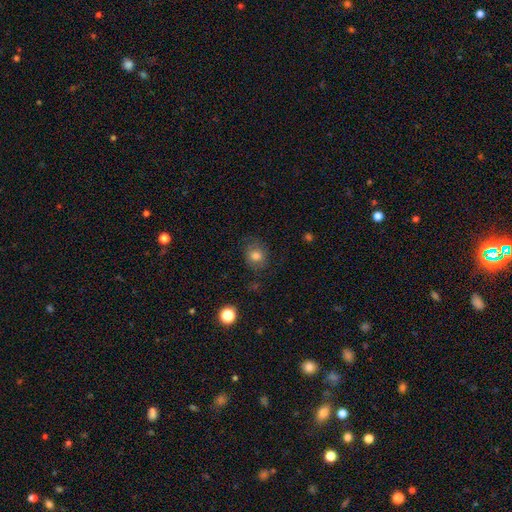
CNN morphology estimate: The model was most divided on "how rounded": round: 70%, in between: 30%, cigar-shaped: 1%. More confident: smooth or featured — smooth (78%); merging — none (77%).